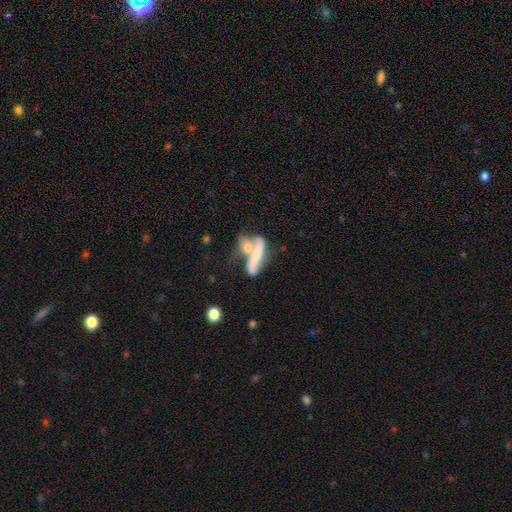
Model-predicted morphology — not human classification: Smooth or featured?
  - smooth: 48% *
  - featured or disk: 43%
  - star or artifact: 8%
Merging?
  - merger: 53% *
  - none: 24%
  - minor disturbance: 12%
  - major disturbance: 11%